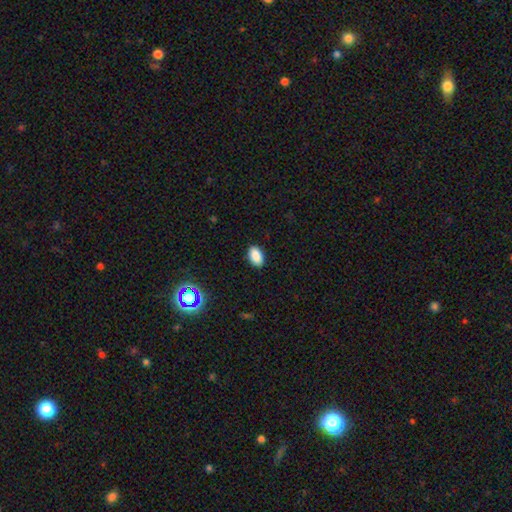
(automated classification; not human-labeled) smooth 88%, star or artifact 9%, featured or disk 3%. Down the decision tree: how rounded — in between (92%); merging — none (89%).